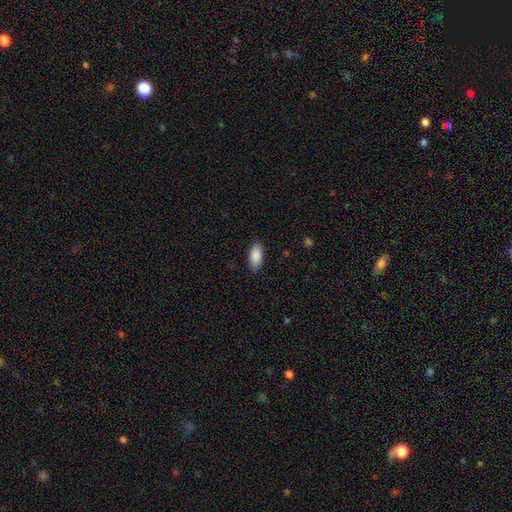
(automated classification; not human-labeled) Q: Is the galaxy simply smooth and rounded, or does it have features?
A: smooth — 89%.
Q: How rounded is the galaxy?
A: in between — 89%.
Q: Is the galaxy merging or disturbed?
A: none — 88%.